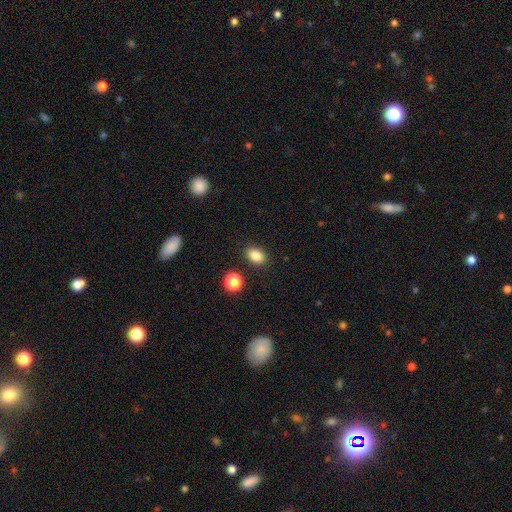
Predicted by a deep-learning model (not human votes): The model was most divided on "how rounded": in between: 75%, round: 24%, cigar-shaped: 1%. More confident: merging — none (87%); smooth or featured — smooth (85%).